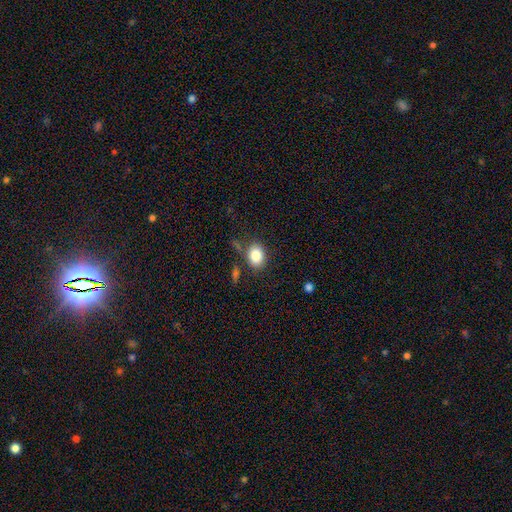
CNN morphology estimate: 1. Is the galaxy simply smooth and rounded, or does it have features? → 84% smooth, 9% star or artifact, 7% featured or disk.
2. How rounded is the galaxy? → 62% in between, 37% round, 1% cigar-shaped.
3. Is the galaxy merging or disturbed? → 74% none, 14% minor disturbance, 7% merger, 5% major disturbance.